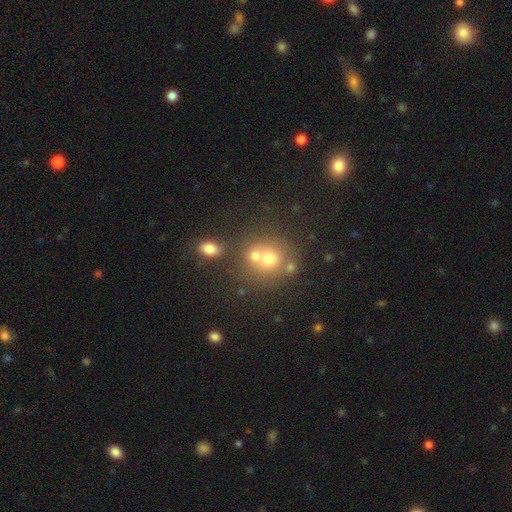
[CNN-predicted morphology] A smooth galaxy with no disk features (66%) that is round (79%). Merging: none (45%).